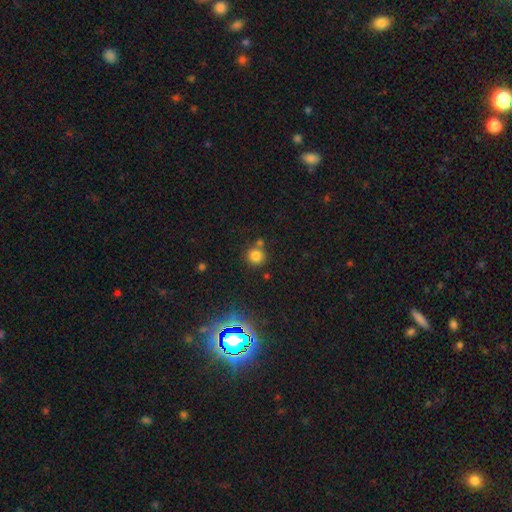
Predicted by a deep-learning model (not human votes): The model was most divided on "merging": none: 71%, merger: 17%, minor disturbance: 9%, major disturbance: 3%. More confident: how rounded — round (92%); smooth or featured — smooth (79%).